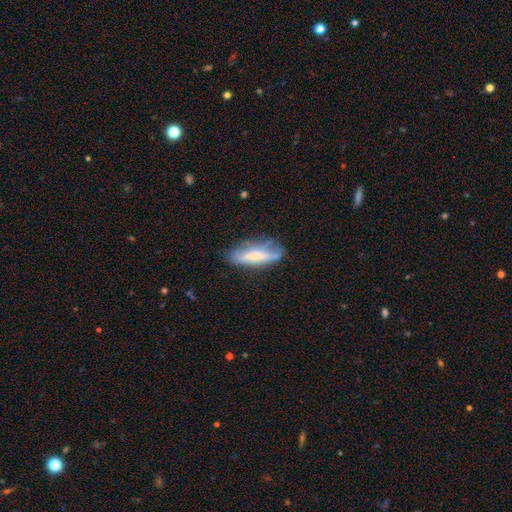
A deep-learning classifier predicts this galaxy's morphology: Q: Smooth or featured?
A: smooth (52%); runner-up: featured or disk (40%)
Q: How rounded?
A: cigar-shaped (51%); runner-up: in between (47%)
Q: Merging?
A: none (55%); runner-up: minor disturbance (28%)